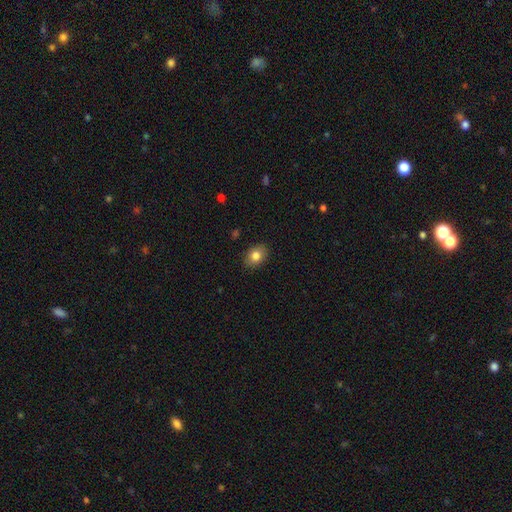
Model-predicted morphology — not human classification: smooth 82%, featured or disk 9%, star or artifact 9%. Down the decision tree: how rounded — in between (65%); merging — none (88%).